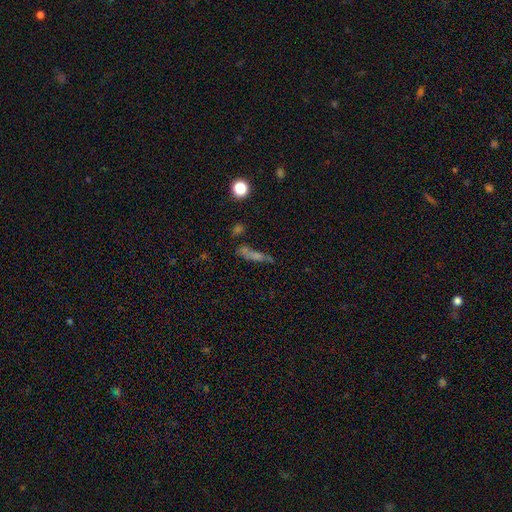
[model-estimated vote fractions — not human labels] This is possibly a smooth galaxy (52%). How rounded: likely cigar-shaped (72%). Merging: possibly none (58%).